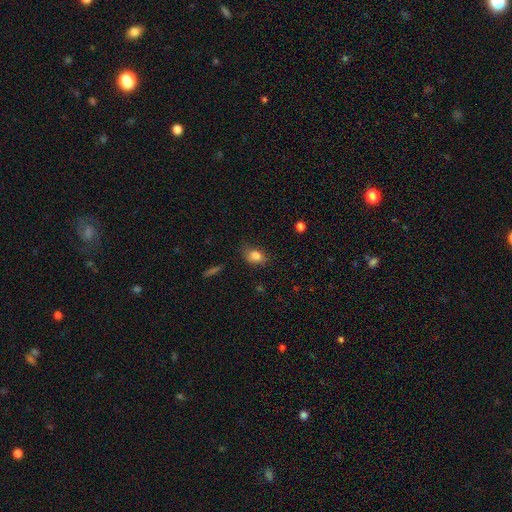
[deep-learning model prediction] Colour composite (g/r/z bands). It shows a smooth galaxy with no disk features (83%) that is in between round and cigar-shaped (73%). Merging: none (66%).